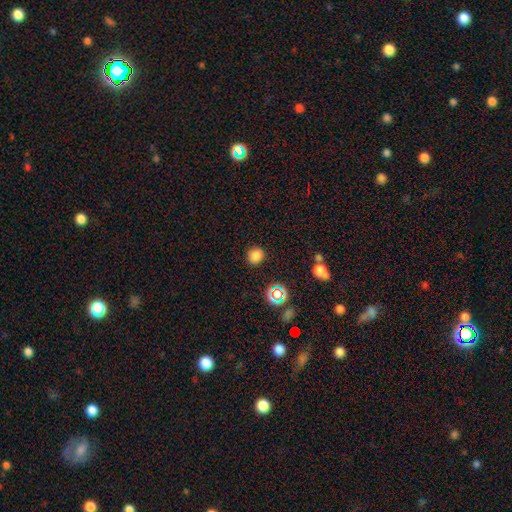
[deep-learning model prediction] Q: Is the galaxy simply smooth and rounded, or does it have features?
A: smooth — 80%.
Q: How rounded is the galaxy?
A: round — 82%.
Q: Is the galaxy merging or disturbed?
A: none — 88%.